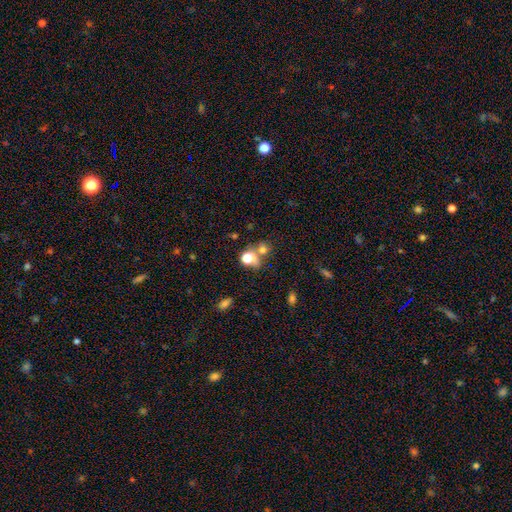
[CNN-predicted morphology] smooth-or-featured: smooth: 61% | star or artifact: 25% | featured or disk: 14%
  how-rounded: round: 75% | in between: 23% | cigar-shaped: 2%
  merging: none: 45% | merger: 40% | minor disturbance: 9% | major disturbance: 6%